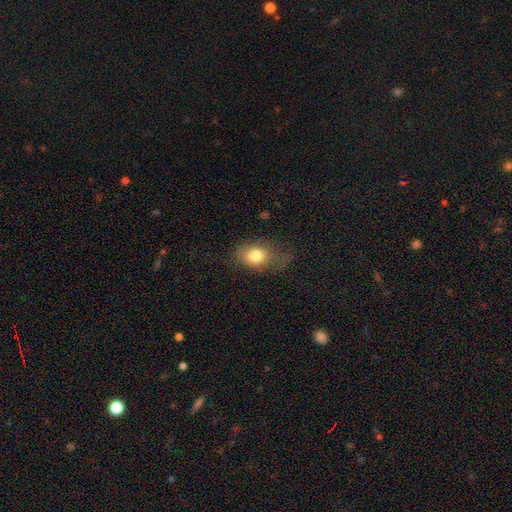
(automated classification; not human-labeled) This is likely a smooth galaxy (77%). How rounded: likely in between (74%). Merging: possibly none (52%).